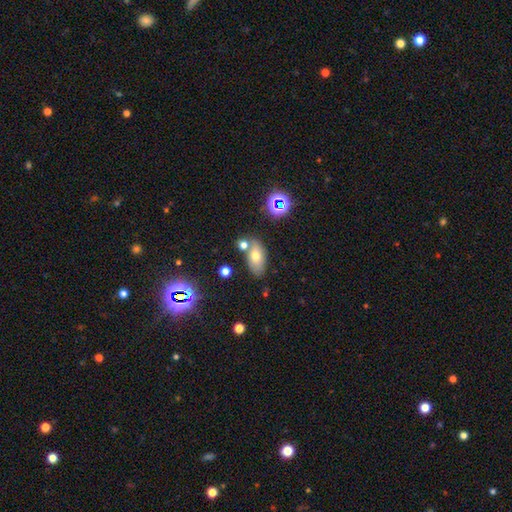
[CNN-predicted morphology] This appears to be a smooth galaxy with no disk features (65%) that is in between round and cigar-shaped (87%). Merging: none (68%).